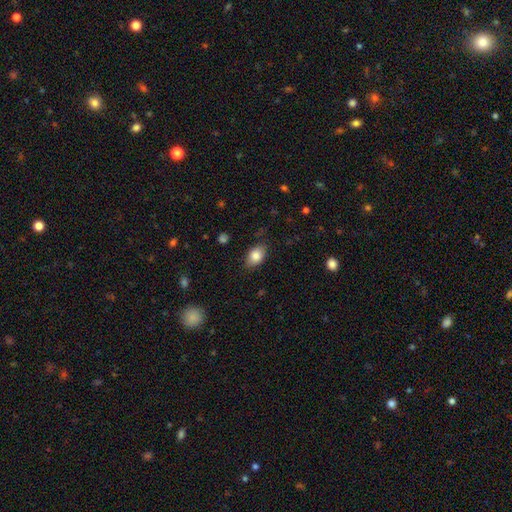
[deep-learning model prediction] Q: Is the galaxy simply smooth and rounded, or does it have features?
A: smooth — 84%.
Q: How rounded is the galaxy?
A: in between — 84%.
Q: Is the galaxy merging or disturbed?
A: none — 82%.